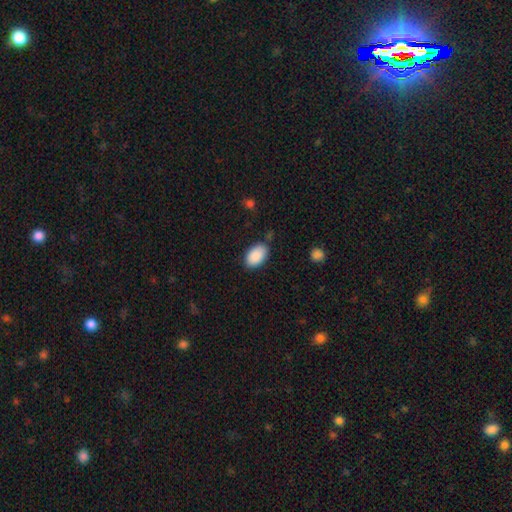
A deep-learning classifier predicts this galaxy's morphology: Smooth or featured?
  - smooth: 90% *
  - star or artifact: 6%
  - featured or disk: 3%
How rounded?
  - in between: 93% *
  - round: 6%
  - cigar-shaped: 1%
Merging?
  - none: 81% *
  - minor disturbance: 14%
  - major disturbance: 3%
  - merger: 2%